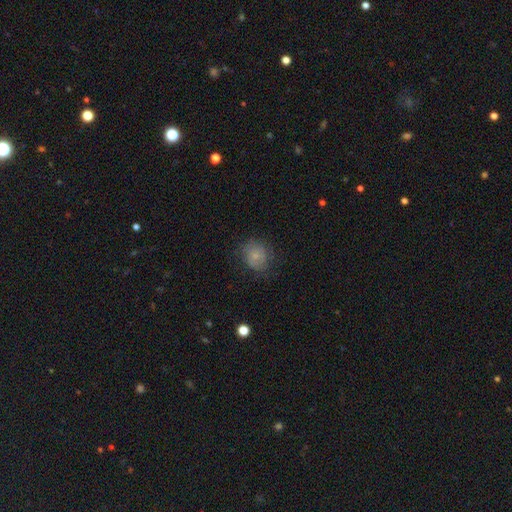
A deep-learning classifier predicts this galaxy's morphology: smooth 72%, featured or disk 19%, star or artifact 9%. Down the decision tree: how rounded — round (76%); merging — none (68%).